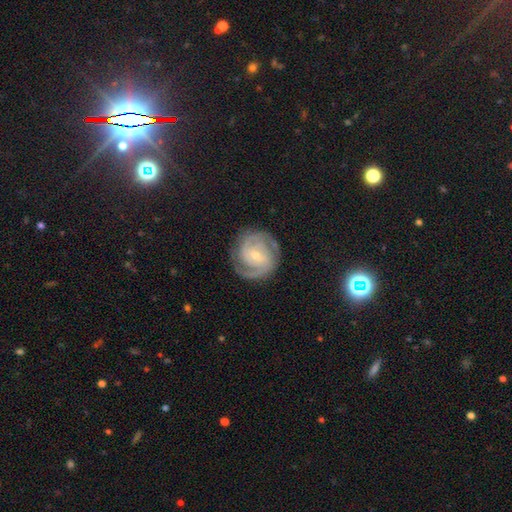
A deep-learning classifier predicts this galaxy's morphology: Smooth or featured? featured or disk (88%)
Edge-on disk? no (98%)
Bar? weak (47%)
Spiral arms? yes (97%)
Spiral winding? tight (67%)
Spiral arm count? 2 (67%)
Bulge size? small (55%)
Merging? none (82%)